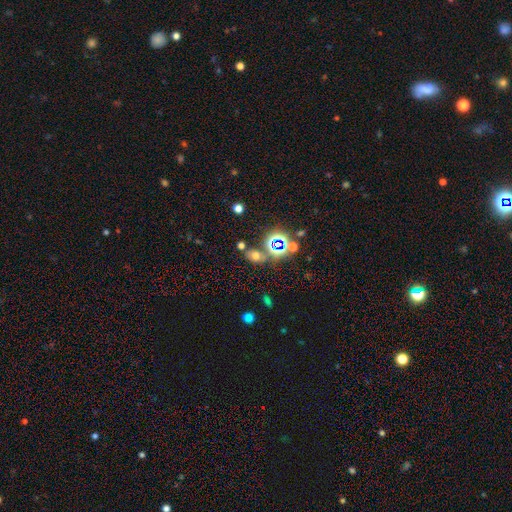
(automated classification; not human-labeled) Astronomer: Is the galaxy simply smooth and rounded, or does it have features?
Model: smooth — 51% (runner-up: star or artifact, 38%).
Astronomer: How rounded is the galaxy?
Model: in between — 60% (runner-up: round, 38%).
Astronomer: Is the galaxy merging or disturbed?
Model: none — 69%.